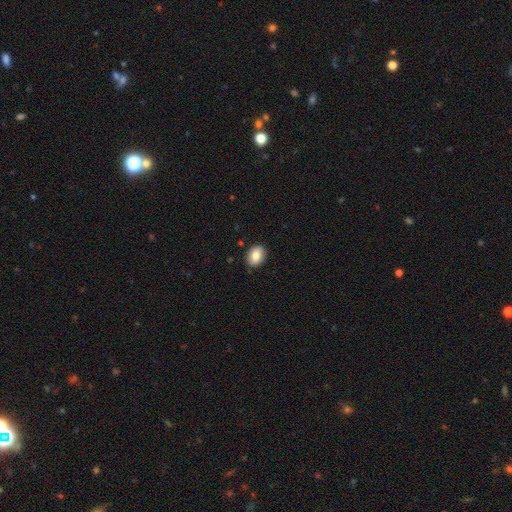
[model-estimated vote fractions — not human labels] A smooth galaxy with no disk features (83%) that is in between round and cigar-shaped (69%). Merging: none (88%).